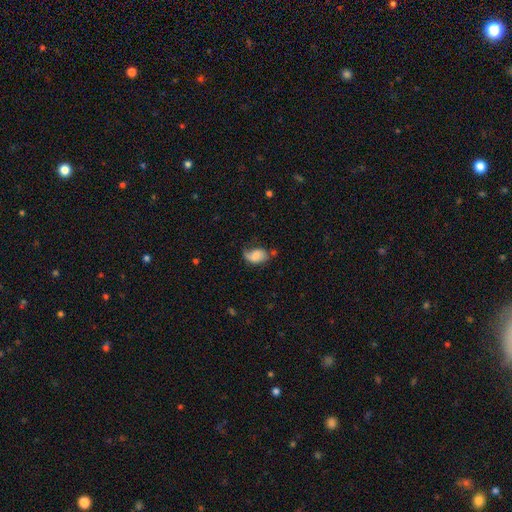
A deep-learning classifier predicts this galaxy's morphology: smooth-or-featured: smooth: 60% | featured or disk: 32% | star or artifact: 9%
  how-rounded: in between: 87% | round: 11% | cigar-shaped: 2%
  merging: none: 41% | minor disturbance: 34% | major disturbance: 20% | merger: 5%